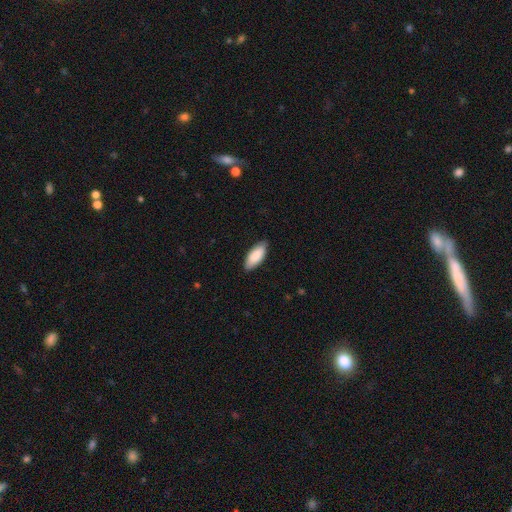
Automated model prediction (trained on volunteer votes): A smooth galaxy with no disk features (88%) that is in between round and cigar-shaped (85%). Merging: none (84%).